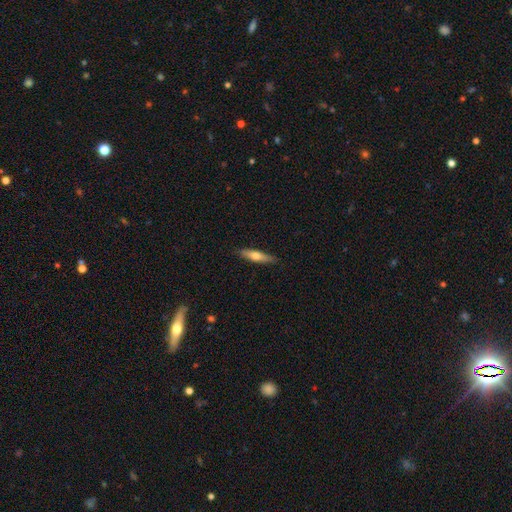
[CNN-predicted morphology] A smooth galaxy with no disk features (56%) that is cigar-shaped (80%). Merging: none (88%).